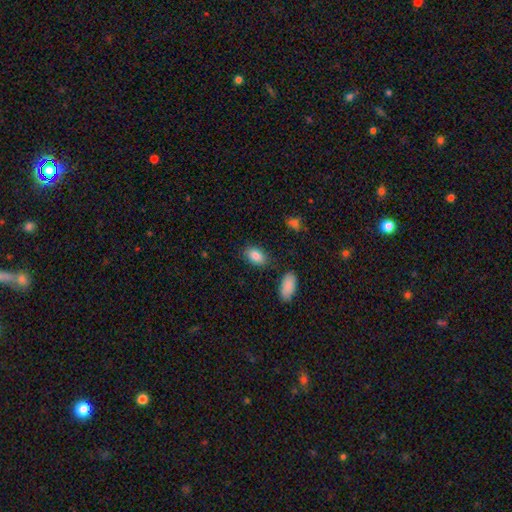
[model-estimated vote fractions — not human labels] This is clearly a smooth galaxy (85%). How rounded: clearly in between (90%). Merging: clearly none (81%).